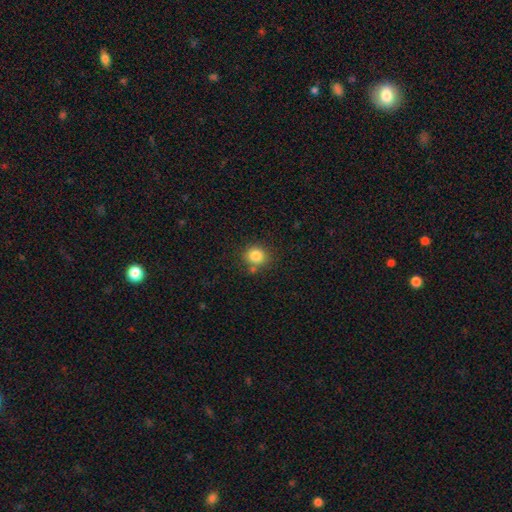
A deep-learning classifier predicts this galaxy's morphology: smooth 84%, star or artifact 11%, featured or disk 5%. Down the decision tree: how rounded — round (86%); merging — none (78%).